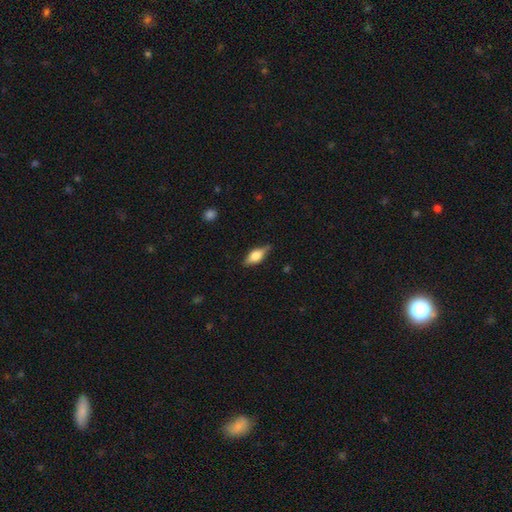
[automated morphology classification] Overall: smooth (52%; featured or disk 40%). How rounded: in between (74%). Merging: none (80%).